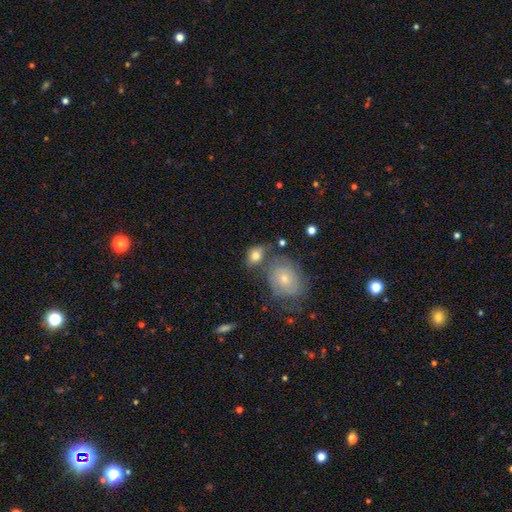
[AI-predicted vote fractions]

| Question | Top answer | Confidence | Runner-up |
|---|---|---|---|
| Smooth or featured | smooth | 72% | featured or disk (19%) |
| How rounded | in between | 64% | round (34%) |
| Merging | none | 51% | merger (21%) |